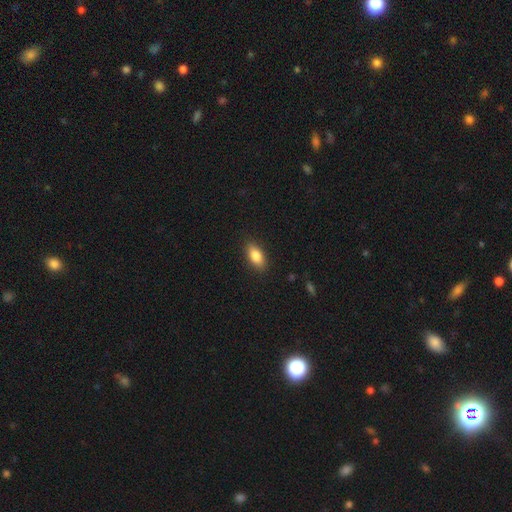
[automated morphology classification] Q: Smooth or featured?
A: smooth (84%); runner-up: featured or disk (9%)
Q: How rounded?
A: in between (88%); runner-up: cigar-shaped (8%)
Q: Merging?
A: none (88%); runner-up: minor disturbance (9%)